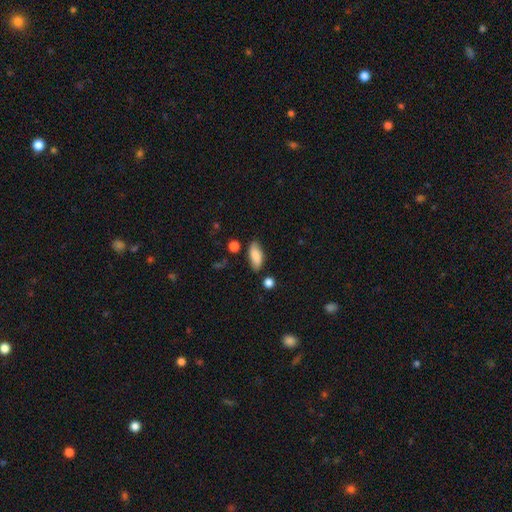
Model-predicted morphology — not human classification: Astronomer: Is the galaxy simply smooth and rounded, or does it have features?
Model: smooth — 79%.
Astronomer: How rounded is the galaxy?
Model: in between — 83%.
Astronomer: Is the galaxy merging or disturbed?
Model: none — 76%.